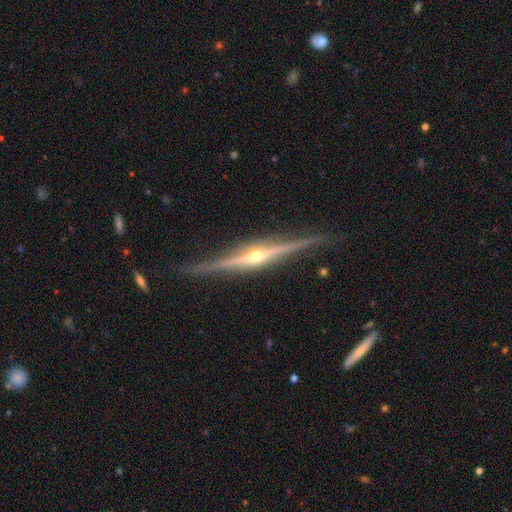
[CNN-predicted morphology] A featured or disk galaxy (89%) viewed edge-on (98%) with a rounded central bulge (91%).

Vote fractions:
- Smooth or featured? featured or disk: 89% / smooth: 6% / star or artifact: 5%
- Edge-on disk? yes: 98% / no: 2%
- Edge-on bulge? rounded: 91% / none: 5% / boxy: 4%
- Merging? none: 88% / minor disturbance: 9% / major disturbance: 2% / merger: 1%